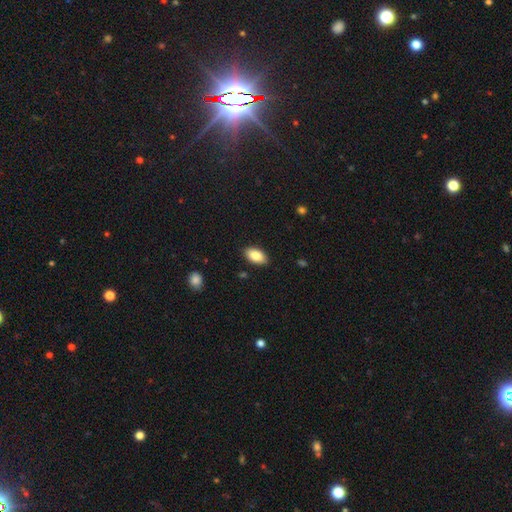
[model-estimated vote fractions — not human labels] A smooth galaxy with no disk features (85%) that is in between round and cigar-shaped (94%).

Vote fractions:
- Smooth or featured? smooth: 85% / featured or disk: 8% / star or artifact: 7%
- How rounded? in between: 94% / round: 4% / cigar-shaped: 2%
- Merging? none: 88% / minor disturbance: 9% / major disturbance: 2% / merger: 1%